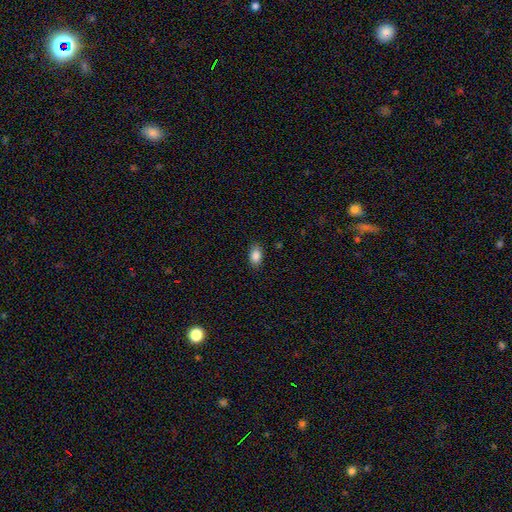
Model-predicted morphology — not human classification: A smooth galaxy with no disk features (87%) that is in between round and cigar-shaped (89%). Merging: none (86%).